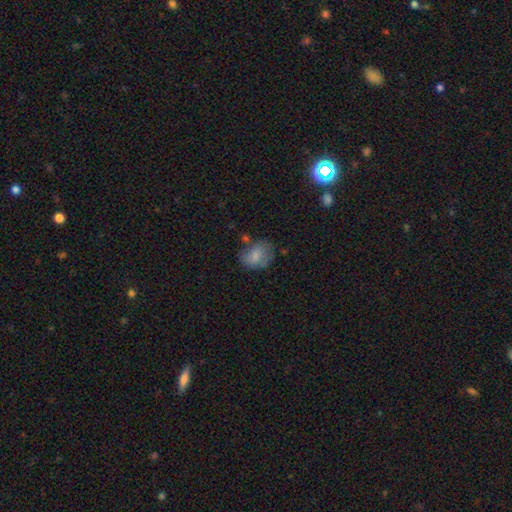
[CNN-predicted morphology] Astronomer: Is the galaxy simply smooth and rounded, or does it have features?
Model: smooth — 75%.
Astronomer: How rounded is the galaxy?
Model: in between — 66%.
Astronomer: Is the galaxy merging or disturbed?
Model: none — 54%.